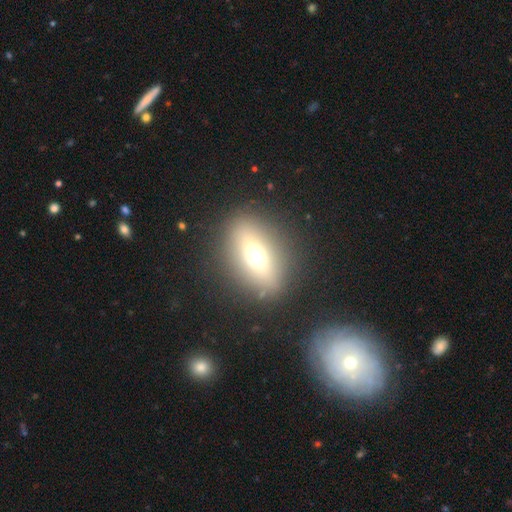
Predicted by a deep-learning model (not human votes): This appears to be a smooth galaxy with no disk features (52%) that is in between round and cigar-shaped (65%). Merging: none (83%).